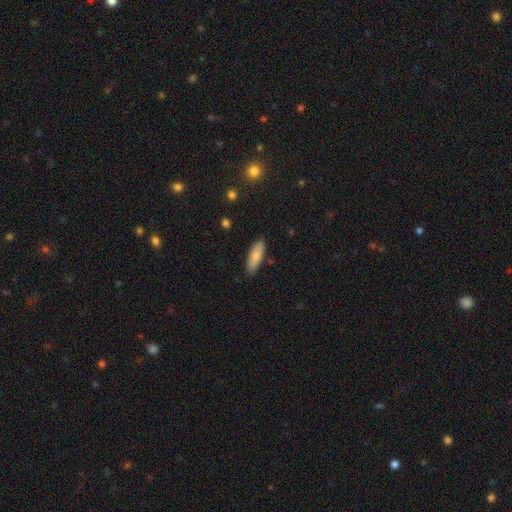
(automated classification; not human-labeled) A smooth galaxy with no disk features (81%) that is in between round and cigar-shaped (54%).

Vote fractions:
- Smooth or featured? smooth: 81% / featured or disk: 13% / star or artifact: 6%
- How rounded? in between: 54% / cigar-shaped: 44% / round: 2%
- Merging? none: 84% / minor disturbance: 12% / major disturbance: 2% / merger: 2%